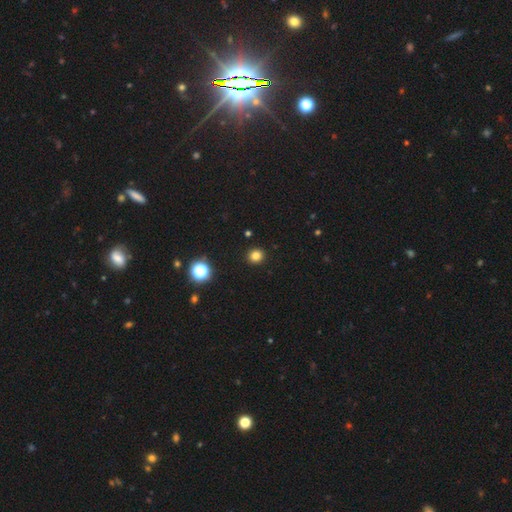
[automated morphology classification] Smooth or featured: smooth — 81% (star or artifact — 14%)
How rounded: round — 90% (in between — 9%)
Merging: none — 93% (minor disturbance — 4%)